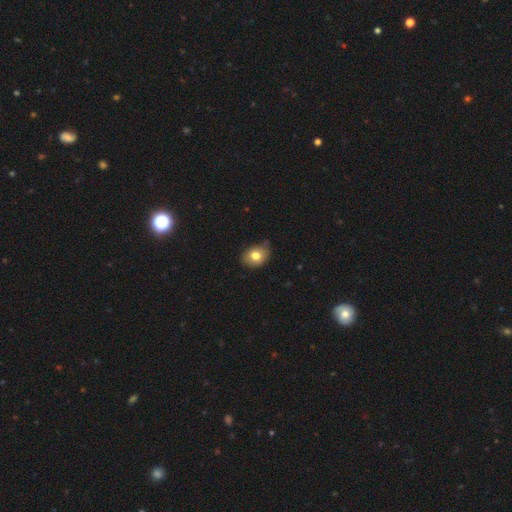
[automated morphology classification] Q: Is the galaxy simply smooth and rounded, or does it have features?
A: smooth — 78%.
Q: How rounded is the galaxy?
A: in between — 60%.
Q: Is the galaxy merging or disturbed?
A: none — 65%.